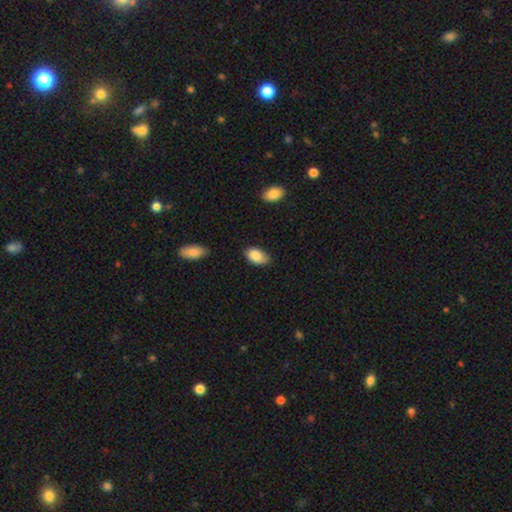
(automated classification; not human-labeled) This appears to be a smooth galaxy with no disk features (87%) that is in between round and cigar-shaped (93%). Merging: none (71%).